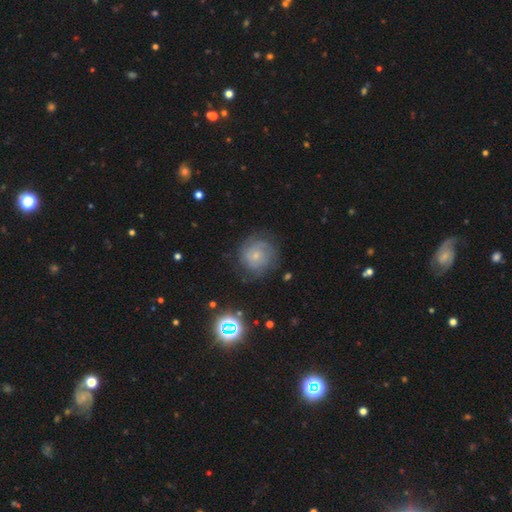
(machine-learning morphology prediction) Overall: featured or disk (52%; smooth 37%). Edge-on disk: no (97%). Bar: no (80%). Spiral arms: yes (80%). Bulge size: small (74%). Merging: none (71%).